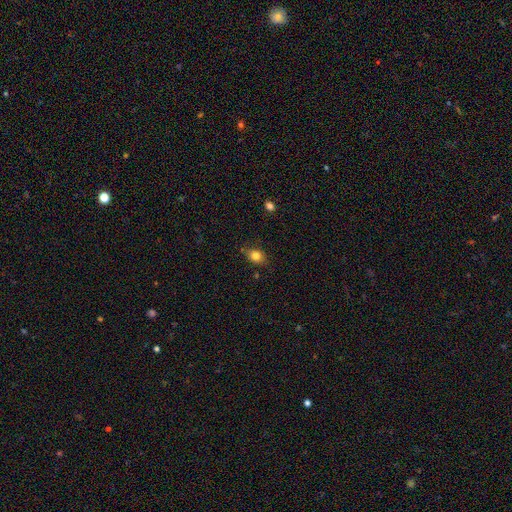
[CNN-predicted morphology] Q: Smooth or featured?
A: smooth (82%); runner-up: star or artifact (11%)
Q: How rounded?
A: in between (57%); runner-up: round (42%)
Q: Merging?
A: none (79%); runner-up: minor disturbance (16%)